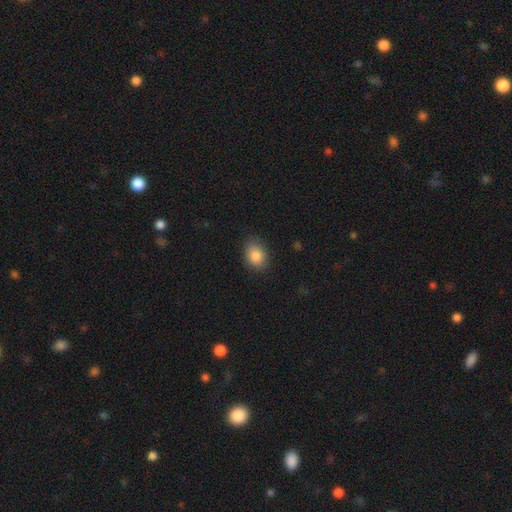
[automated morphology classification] This appears to be a smooth galaxy with no disk features (85%) that is in between round and cigar-shaped (67%). Merging: none (83%).